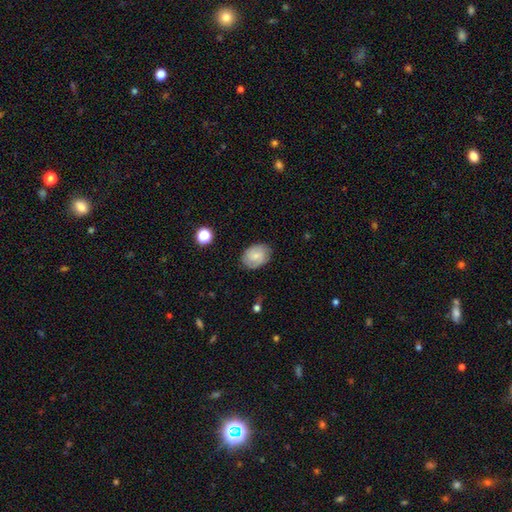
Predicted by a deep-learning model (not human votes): A smooth galaxy with no disk features (63%) that is in between round and cigar-shaped (72%). Merging: none (80%).